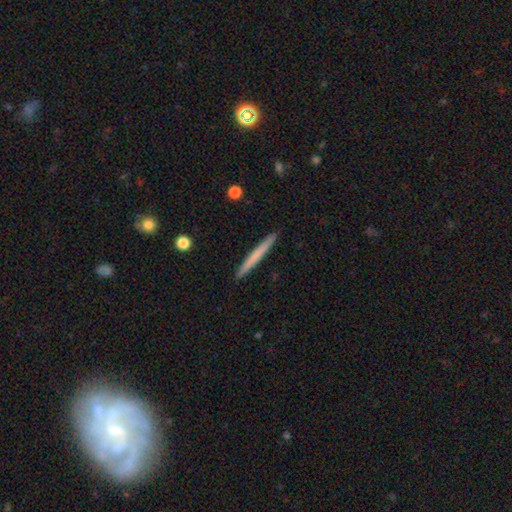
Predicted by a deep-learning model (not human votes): Smooth or featured? smooth (63%)
How rounded? cigar-shaped (97%)
Merging? none (92%)